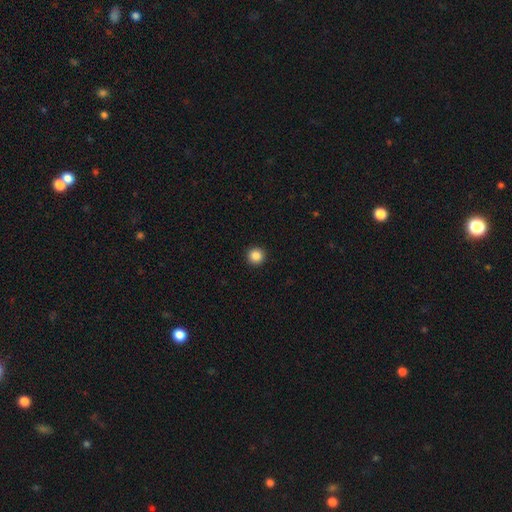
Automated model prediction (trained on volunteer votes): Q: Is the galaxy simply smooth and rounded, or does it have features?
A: smooth — 86%.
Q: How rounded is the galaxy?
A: round — 95%.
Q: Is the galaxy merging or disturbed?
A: none — 94%.